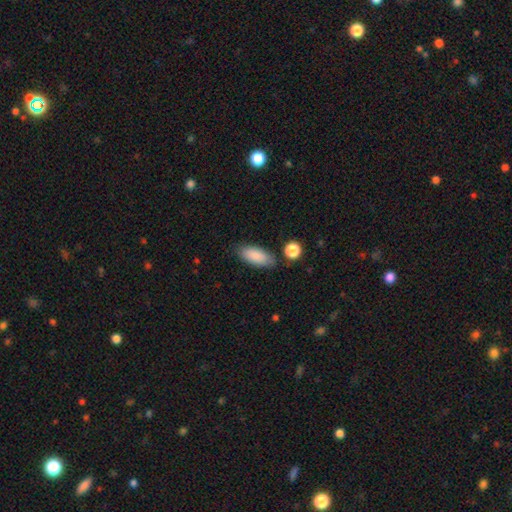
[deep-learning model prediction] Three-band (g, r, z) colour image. It shows a smooth galaxy with no disk features (87%) that is in between round and cigar-shaped (85%). Merging: none (79%).